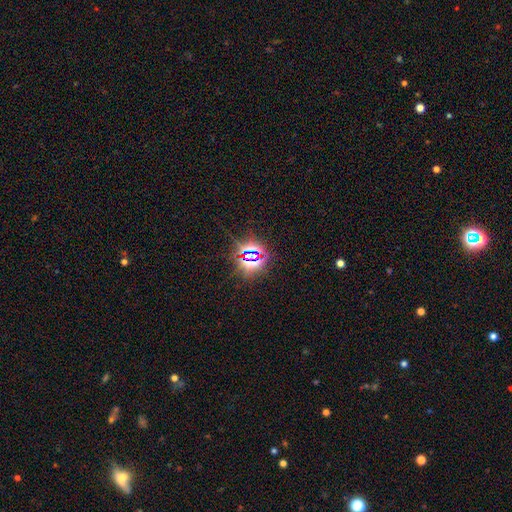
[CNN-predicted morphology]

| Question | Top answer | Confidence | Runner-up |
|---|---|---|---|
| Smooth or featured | star or artifact | 78% | smooth (13%) |